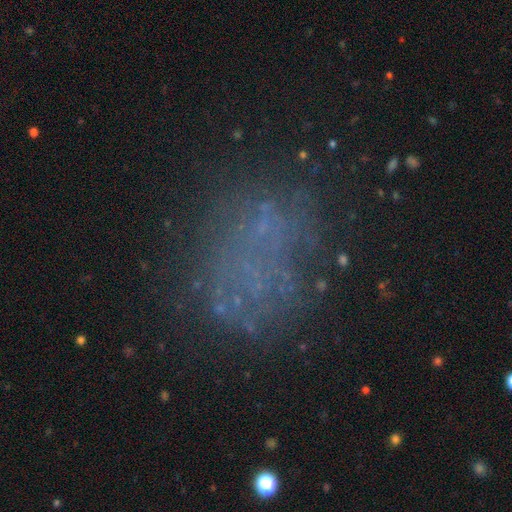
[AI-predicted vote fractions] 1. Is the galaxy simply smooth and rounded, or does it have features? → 38% smooth, 31% featured or disk, 31% star or artifact.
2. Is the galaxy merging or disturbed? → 65% none, 16% minor disturbance, 15% major disturbance, 5% merger.